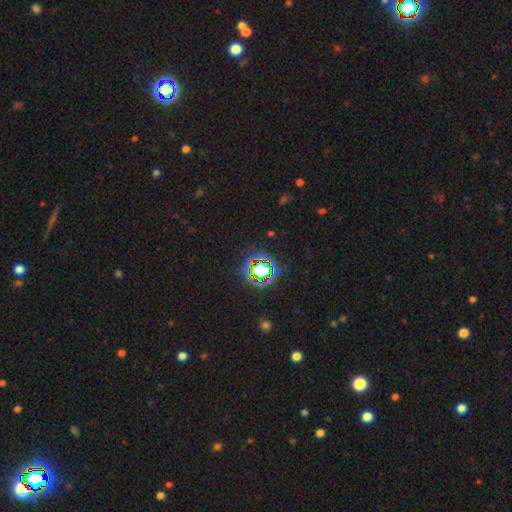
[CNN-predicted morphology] smooth_or_featured: star or artifact (p=0.80) [alt: smooth p=0.12]